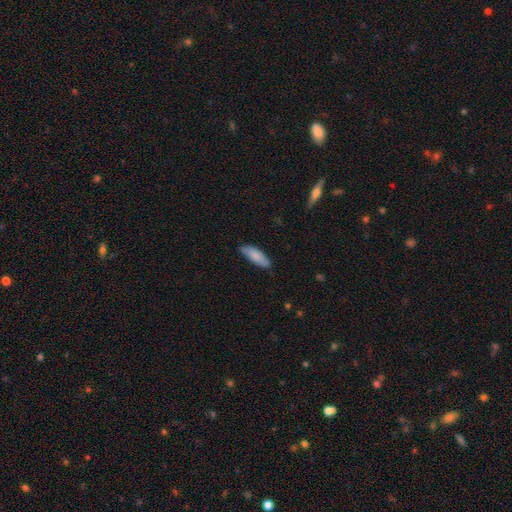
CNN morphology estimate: Smooth or featured? Predicted: smooth (p=0.83). How rounded? Predicted: in between (p=0.59). Merging? Predicted: none (p=0.81).